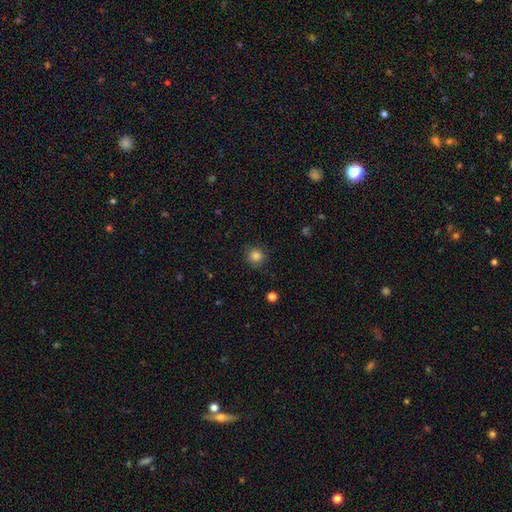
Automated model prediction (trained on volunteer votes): Q: Smooth or featured?
A: smooth (85%); runner-up: star or artifact (11%)
Q: How rounded?
A: round (92%); runner-up: in between (7%)
Q: Merging?
A: none (87%); runner-up: minor disturbance (9%)